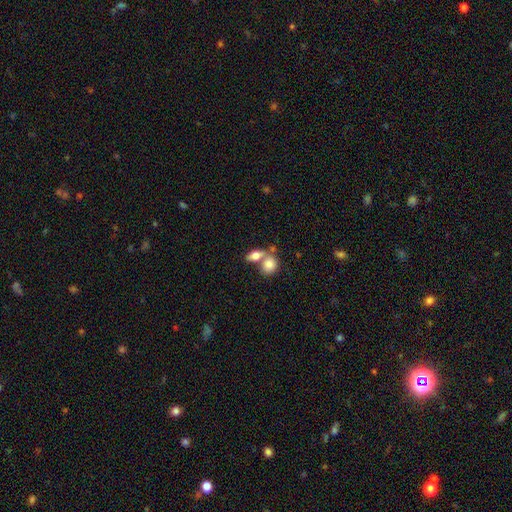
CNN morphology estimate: A smooth galaxy with no disk features (77%) that is in between round and cigar-shaped (73%). Merging: merger (56%).